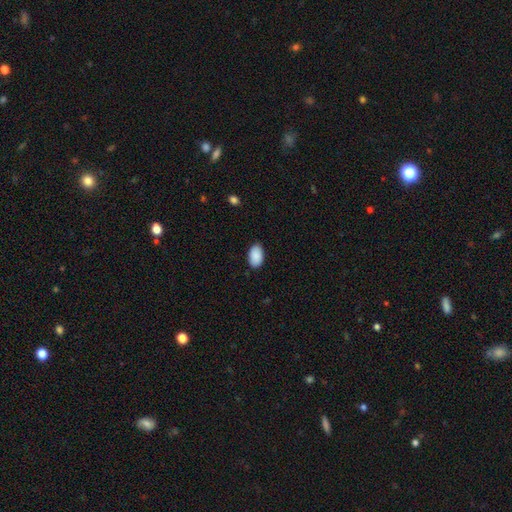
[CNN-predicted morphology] type=smooth (91%); roundness=in between (94%); merging=none (87%).